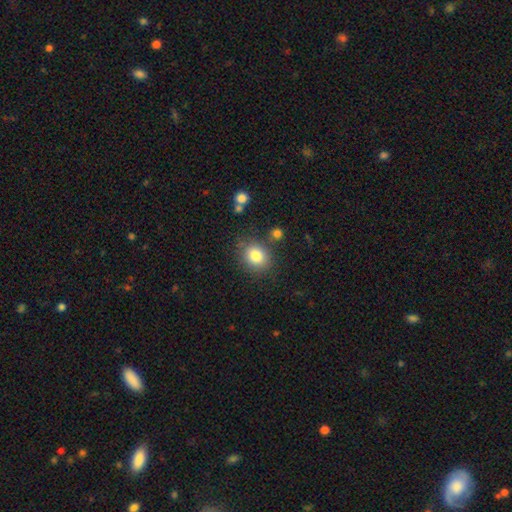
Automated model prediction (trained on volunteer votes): smooth-or-featured: smooth: 82% | star or artifact: 11% | featured or disk: 8%
  how-rounded: round: 67% | in between: 33% | cigar-shaped: 1%
  merging: none: 79% | minor disturbance: 11% | merger: 5% | major disturbance: 4%